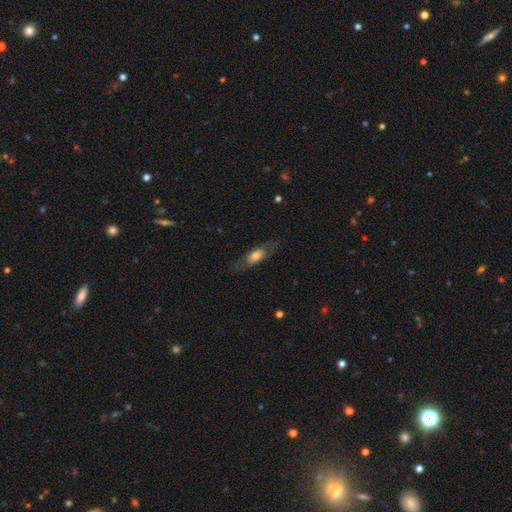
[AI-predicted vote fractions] Q: Smooth or featured?
A: smooth (55%); runner-up: featured or disk (38%)
Q: How rounded?
A: in between (67%); runner-up: cigar-shaped (29%)
Q: Merging?
A: none (74%); runner-up: minor disturbance (16%)